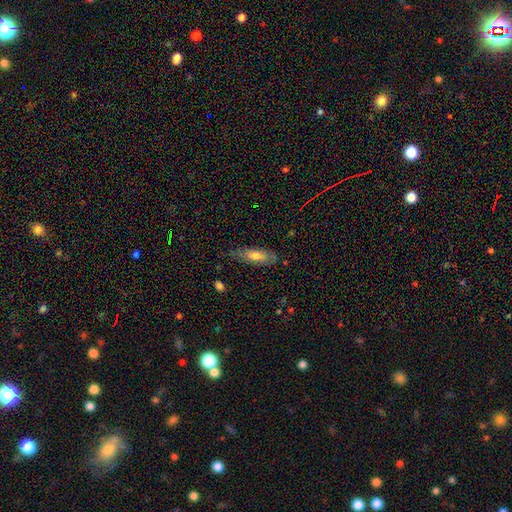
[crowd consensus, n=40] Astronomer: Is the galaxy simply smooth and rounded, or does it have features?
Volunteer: smooth — 72%.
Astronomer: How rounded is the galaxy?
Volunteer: in between — 62% (runner-up: cigar-shaped, 38%).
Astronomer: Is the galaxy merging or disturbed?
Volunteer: none — 71%.